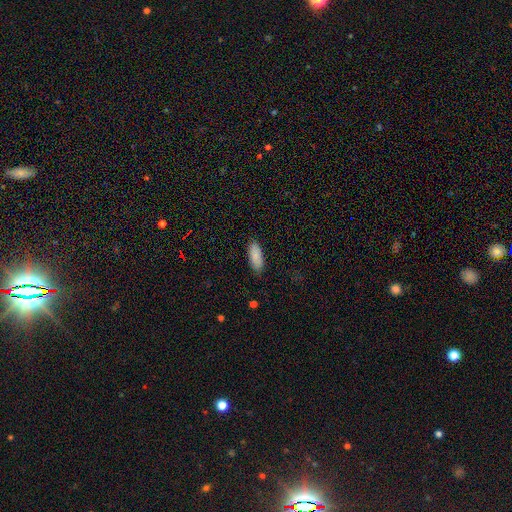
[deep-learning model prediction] Smooth or featured: smooth — 89% (star or artifact — 6%)
How rounded: in between — 79% (cigar-shaped — 19%)
Merging: none — 86% (minor disturbance — 11%)